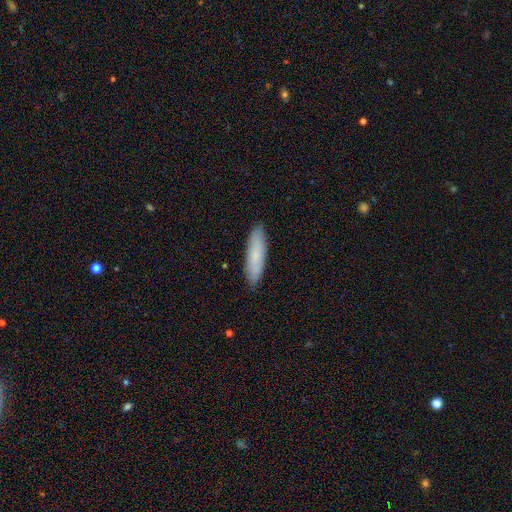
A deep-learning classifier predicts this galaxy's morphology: Smooth or featured?
  - smooth: 77% *
  - featured or disk: 16%
  - star or artifact: 6%
How rounded?
  - cigar-shaped: 72% *
  - in between: 27%
  - round: 1%
Merging?
  - none: 89% *
  - minor disturbance: 8%
  - major disturbance: 2%
  - merger: 1%